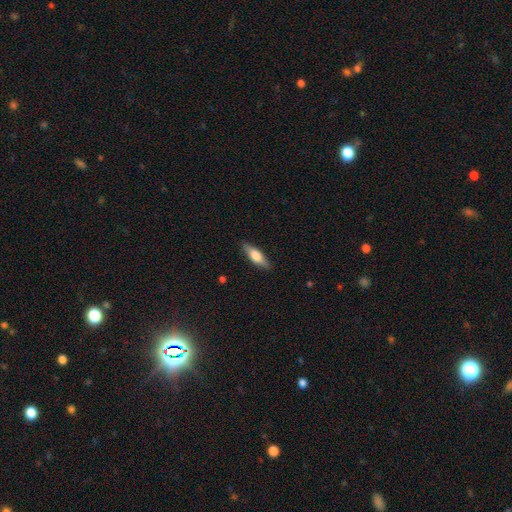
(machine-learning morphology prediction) This appears to be a smooth galaxy with no disk features (65%) that is in between round and cigar-shaped (50%). Merging: none (86%).